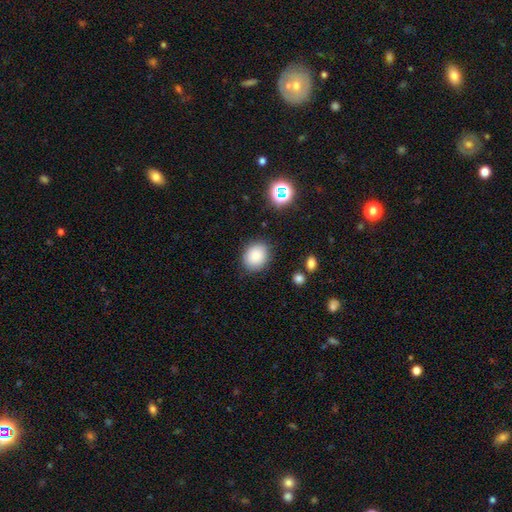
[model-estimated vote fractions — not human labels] This appears to be a smooth galaxy with no disk features (85%) that is round (56%). Merging: none (85%).